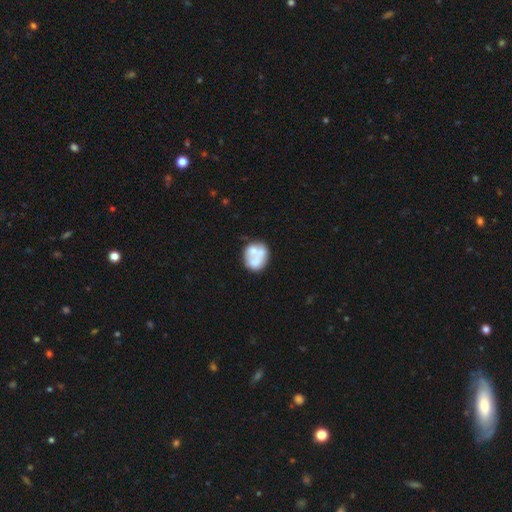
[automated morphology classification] type=smooth (48%); merging=merger (37%).